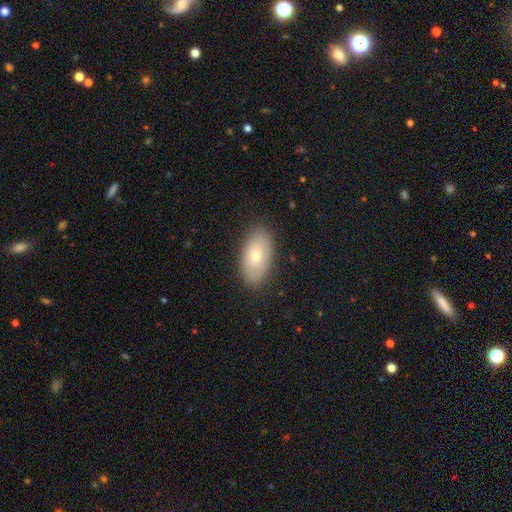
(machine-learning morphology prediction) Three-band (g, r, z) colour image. It shows a smooth galaxy with no disk features (71%) that is in between round and cigar-shaped (94%). Merging: none (87%).